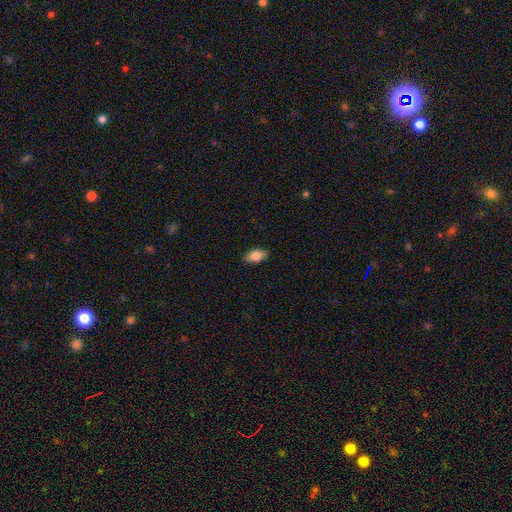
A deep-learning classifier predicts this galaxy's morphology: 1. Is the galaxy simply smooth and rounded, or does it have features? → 82% smooth, 11% featured or disk, 7% star or artifact.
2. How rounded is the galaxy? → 90% in between, 6% round, 4% cigar-shaped.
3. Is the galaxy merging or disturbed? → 86% none, 11% minor disturbance, 2% major disturbance, 1% merger.